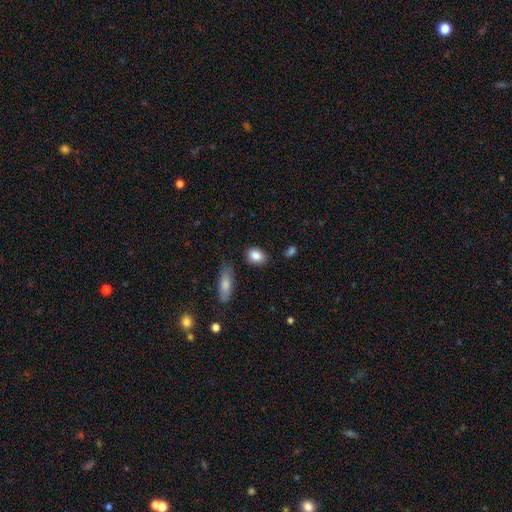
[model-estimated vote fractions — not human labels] A smooth galaxy with no disk features (87%) that is in between round and cigar-shaped (77%).

Vote fractions:
- Smooth or featured? smooth: 87% / star or artifact: 7% / featured or disk: 6%
- How rounded? in between: 77% / round: 21% / cigar-shaped: 3%
- Merging? none: 78% / minor disturbance: 16% / major disturbance: 4% / merger: 3%